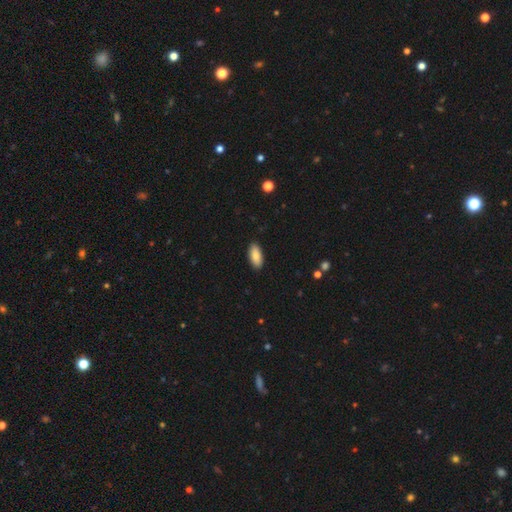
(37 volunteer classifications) This is clearly a smooth galaxy (89%). How rounded: clearly in between (82%). Merging: clearly none (94%).